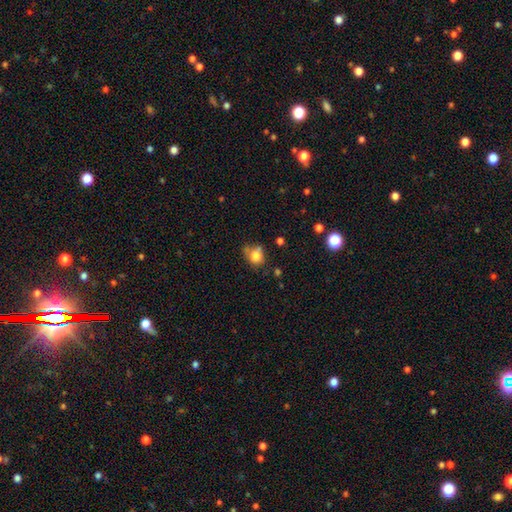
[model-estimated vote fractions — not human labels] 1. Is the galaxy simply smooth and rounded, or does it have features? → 79% smooth, 11% star or artifact, 10% featured or disk.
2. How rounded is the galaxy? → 68% round, 31% in between, 1% cigar-shaped.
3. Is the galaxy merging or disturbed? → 53% none, 26% minor disturbance, 13% merger, 8% major disturbance.